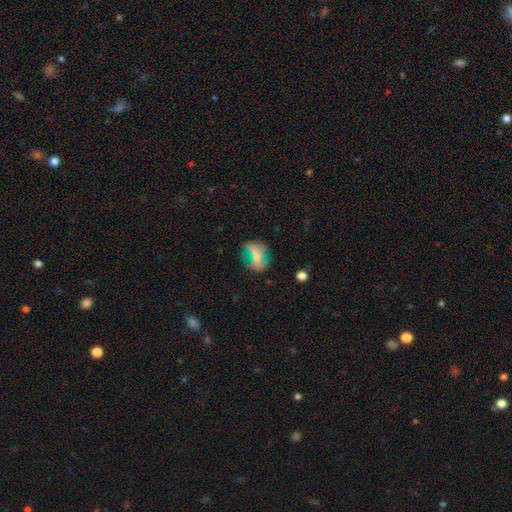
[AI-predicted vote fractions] smooth 53%, featured or disk 33%, star or artifact 14%. Down the decision tree: how rounded — in between (63%); merging — none (47%).